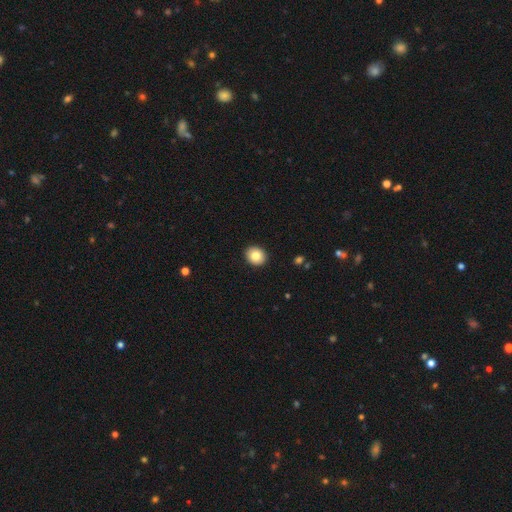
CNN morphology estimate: This appears to be a smooth galaxy with no disk features (83%) that is round (68%). Merging: none (92%).